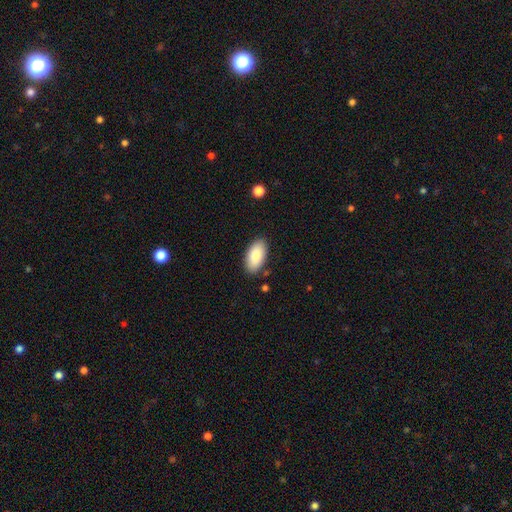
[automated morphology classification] Q: Smooth or featured?
A: smooth (85%); runner-up: featured or disk (9%)
Q: How rounded?
A: in between (95%); runner-up: cigar-shaped (3%)
Q: Merging?
A: none (86%); runner-up: minor disturbance (10%)